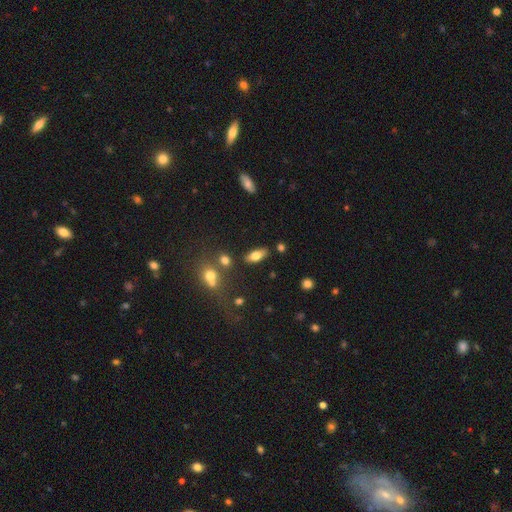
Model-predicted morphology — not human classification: Smooth or featured? Predicted: smooth (p=0.71). How rounded? Predicted: in between (p=0.81). Merging? Predicted: none (p=0.79).